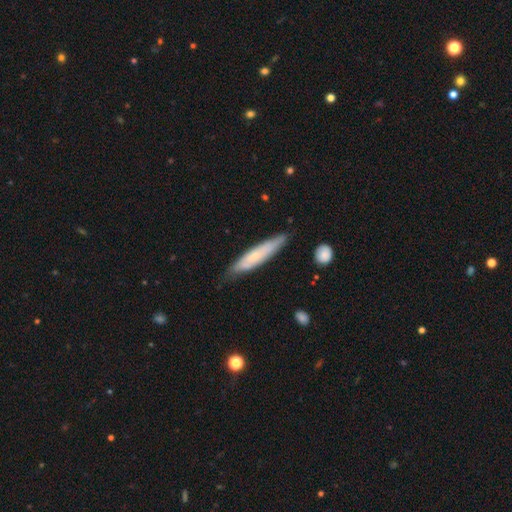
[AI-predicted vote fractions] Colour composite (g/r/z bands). It shows a smooth galaxy with no disk features (55%) that is cigar-shaped (86%). Merging: none (77%).